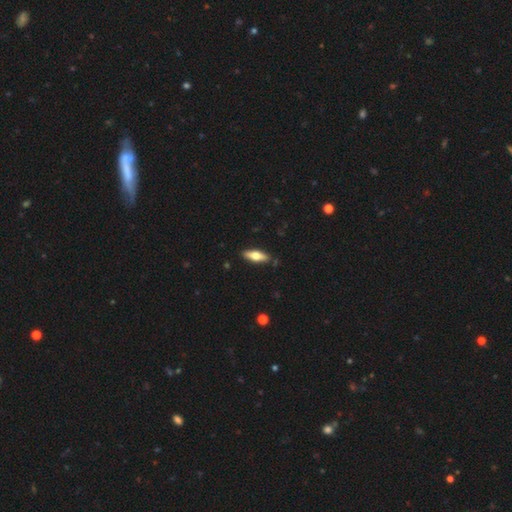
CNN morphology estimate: smooth_or_featured: smooth (p=0.52) [alt: featured or disk p=0.42]
how_rounded: in between (p=0.51) [alt: cigar-shaped p=0.47]
merging: none (p=0.87) [alt: minor disturbance p=0.10]